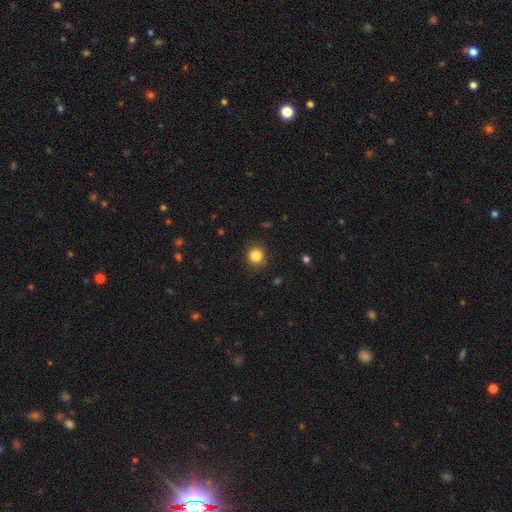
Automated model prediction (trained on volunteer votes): smooth-or-featured: smooth: 84% | star or artifact: 12% | featured or disk: 4%
  how-rounded: round: 90% | in between: 9% | cigar-shaped: 1%
  merging: none: 87% | minor disturbance: 9% | major disturbance: 3% | merger: 1%